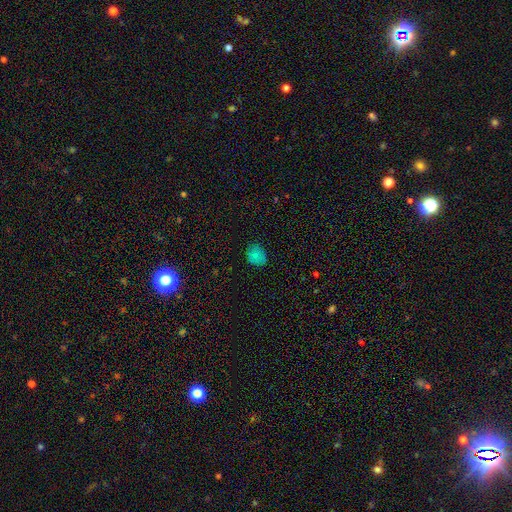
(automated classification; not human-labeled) A smooth galaxy with no disk features (75%) that is round (55%).

Vote fractions:
- Smooth or featured? smooth: 75% / featured or disk: 13% / star or artifact: 12%
- How rounded? round: 55% / in between: 44% / cigar-shaped: 1%
- Merging? none: 75% / minor disturbance: 21% / major disturbance: 4% / merger: 1%